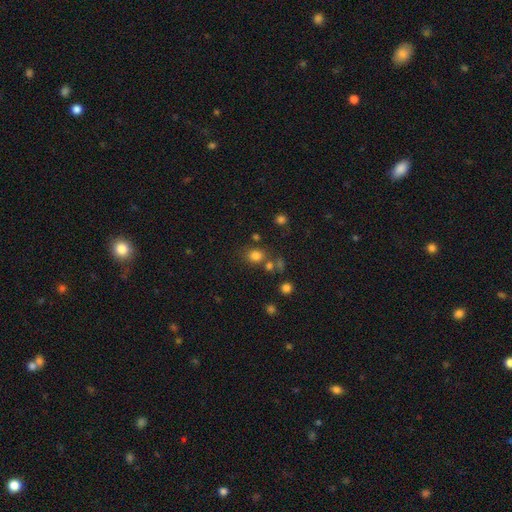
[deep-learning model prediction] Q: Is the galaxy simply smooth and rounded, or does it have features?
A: smooth — 78%.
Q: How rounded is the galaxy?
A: round — 65%.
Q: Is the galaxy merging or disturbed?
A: none — 69%.